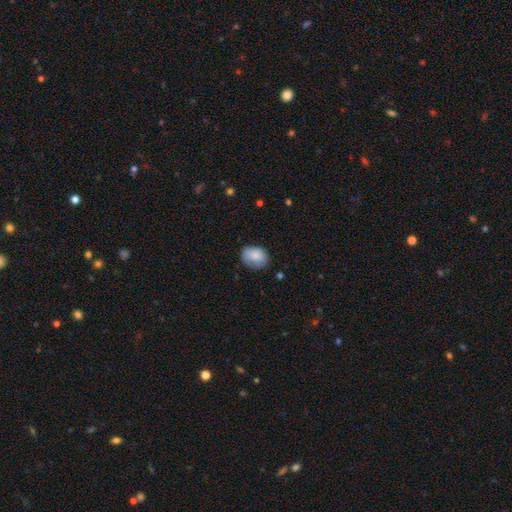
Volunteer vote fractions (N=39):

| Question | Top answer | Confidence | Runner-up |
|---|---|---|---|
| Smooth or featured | smooth | 72% | featured or disk (18%) |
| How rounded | in between | 64% | round (36%) |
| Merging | none | 66% | minor disturbance (26%) |